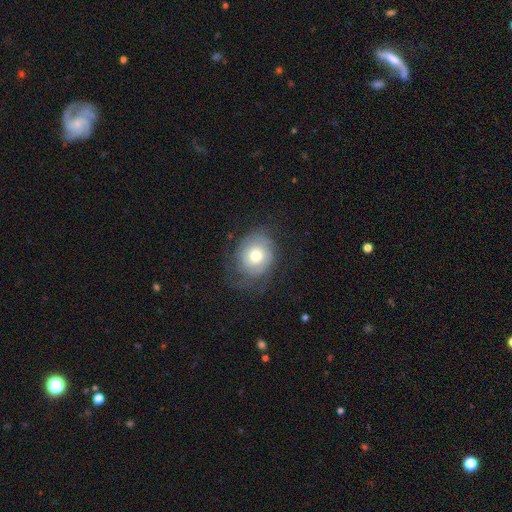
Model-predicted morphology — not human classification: smooth-or-featured: featured or disk: 54% | smooth: 39% | star or artifact: 8%
  disk-edge-on: no: 96% | yes: 4%
    bar: no: 82% | weak: 15% | strong: 3%
    has-spiral-arms: yes: 76% | no: 24%
    bulge-size: moderate: 70% | small: 16% | large: 12% | dominant: 1% | none: 1%
  merging: none: 63% | minor disturbance: 22% | major disturbance: 14% | merger: 1%